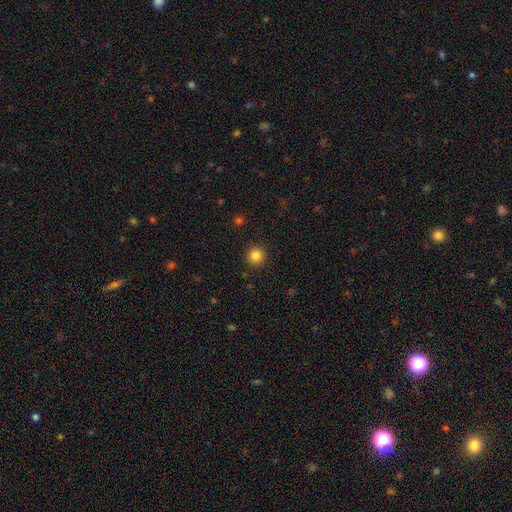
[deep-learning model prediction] The model was most divided on "smooth or featured": smooth: 84%, star or artifact: 12%, featured or disk: 4%. More confident: how rounded — round (95%); merging — none (92%).